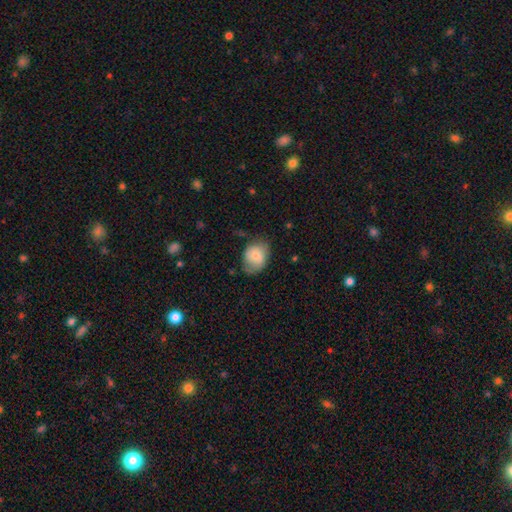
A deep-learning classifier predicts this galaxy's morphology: smooth_or_featured: smooth (p=0.75) [alt: featured or disk p=0.18]
how_rounded: in between (p=0.60) [alt: round p=0.39]
merging: none (p=0.61) [alt: minor disturbance p=0.28]